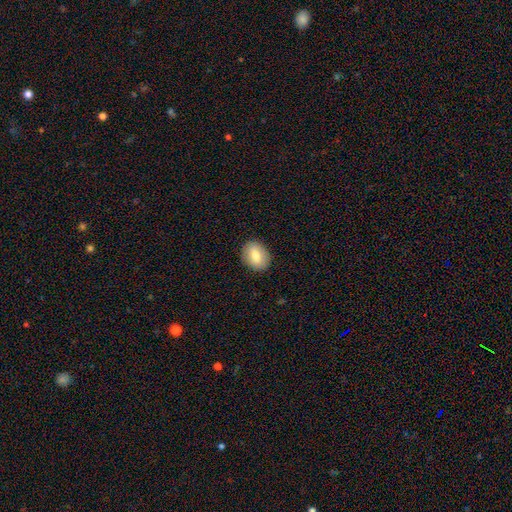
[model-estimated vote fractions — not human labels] smooth 75%, featured or disk 18%, star or artifact 7%. Down the decision tree: how rounded — in between (64%); merging — none (88%).